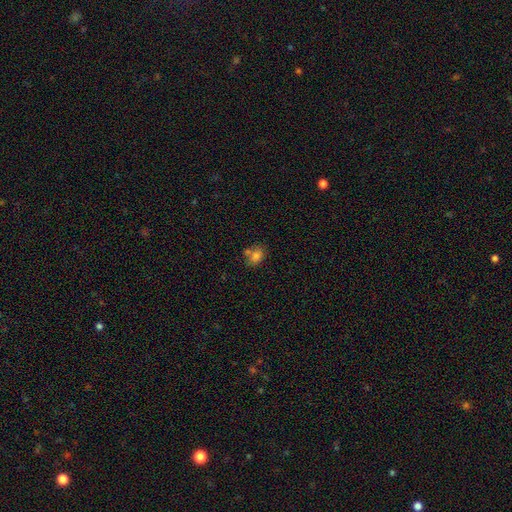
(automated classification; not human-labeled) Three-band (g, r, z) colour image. It shows a smooth galaxy with no disk features (79%) that is in between round and cigar-shaped (65%). Merging: none (53%).